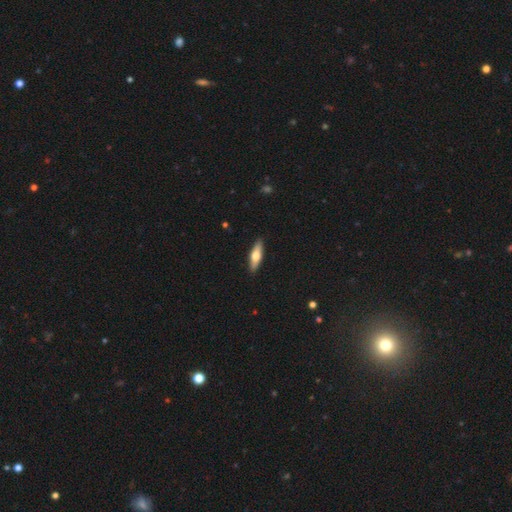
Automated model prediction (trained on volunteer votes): Q: Smooth or featured?
A: smooth (55%); runner-up: featured or disk (40%)
Q: How rounded?
A: cigar-shaped (55%); runner-up: in between (42%)
Q: Merging?
A: none (90%); runner-up: minor disturbance (7%)